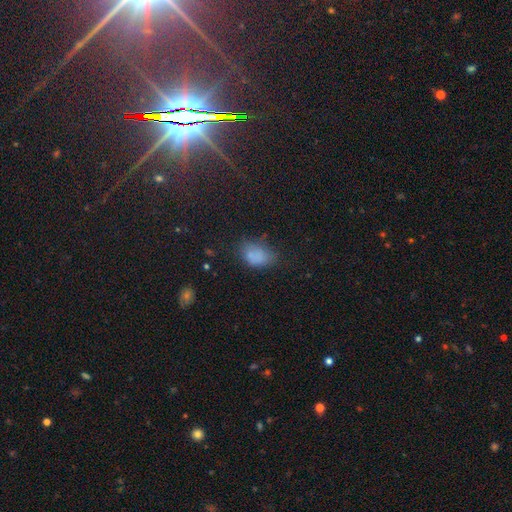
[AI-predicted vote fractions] The model was most divided on "merging": none: 52%, minor disturbance: 30%, major disturbance: 13%, merger: 5%. More confident: how rounded — in between (84%); smooth or featured — smooth (77%).